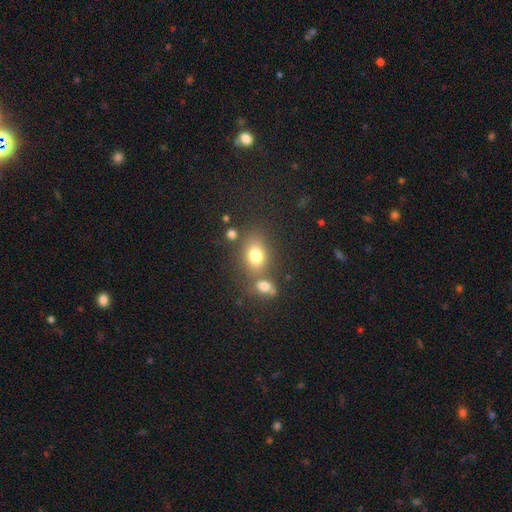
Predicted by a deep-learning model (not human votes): This appears to be a smooth galaxy with no disk features (76%) that is in between round and cigar-shaped (62%). Merging: none (58%).